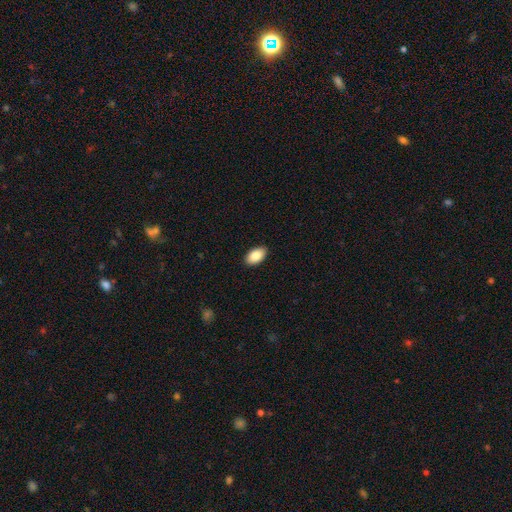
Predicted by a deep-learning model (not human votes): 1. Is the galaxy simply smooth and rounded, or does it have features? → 87% smooth, 7% star or artifact, 6% featured or disk.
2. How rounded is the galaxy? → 94% in between, 4% round, 2% cigar-shaped.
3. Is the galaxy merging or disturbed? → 90% none, 7% minor disturbance, 2% major disturbance, 1% merger.